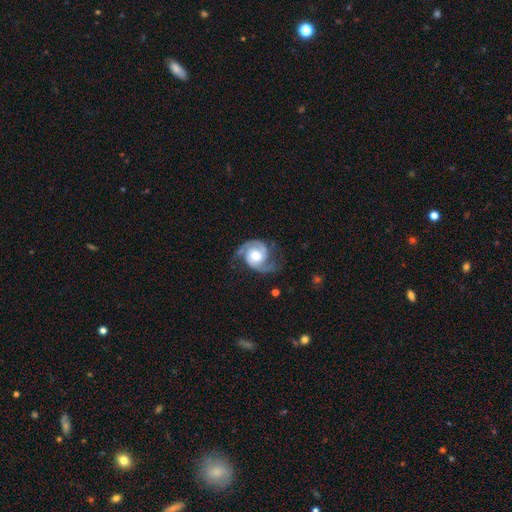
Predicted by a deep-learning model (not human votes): A featured or disk galaxy (89%) with no bar (64%), 2 (91%) medium (51%) spiral arms (97%) and a moderate central bulge (64%). Merging: none (68%).